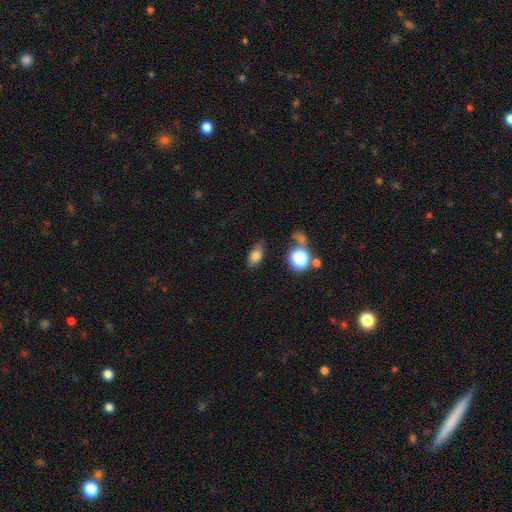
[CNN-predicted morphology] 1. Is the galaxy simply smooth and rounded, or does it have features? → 73% smooth, 13% featured or disk, 13% star or artifact.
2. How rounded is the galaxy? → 80% in between, 16% round, 4% cigar-shaped.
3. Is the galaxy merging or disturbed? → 64% none, 24% minor disturbance, 8% major disturbance, 4% merger.